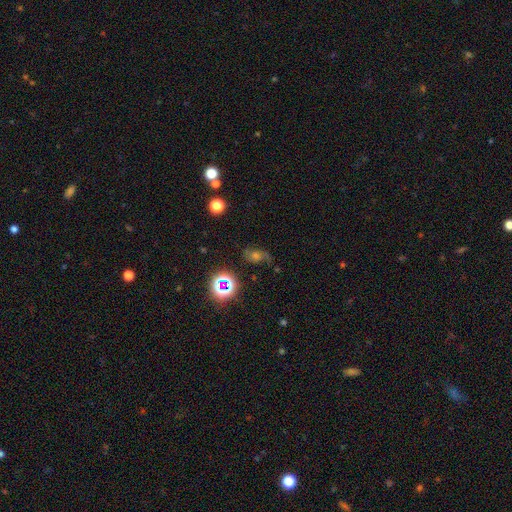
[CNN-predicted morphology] Smooth or featured: featured or disk — 39% (star or artifact — 32%)
Merging: none — 61% (minor disturbance — 21%)